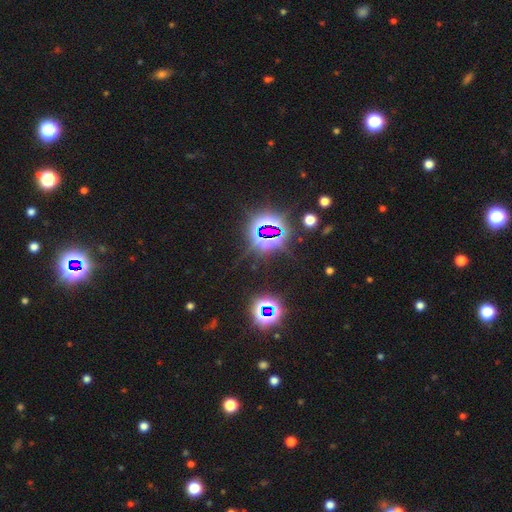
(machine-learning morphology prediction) The model was most divided on "smooth or featured": star or artifact: 83%, smooth: 9%, featured or disk: 7%.